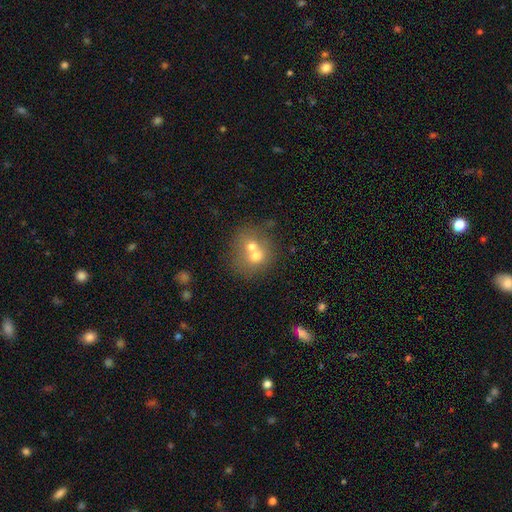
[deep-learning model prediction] Smooth or featured: smooth — 61% (featured or disk — 27%)
How rounded: round — 76% (in between — 23%)
Merging: merger — 60% (none — 30%)